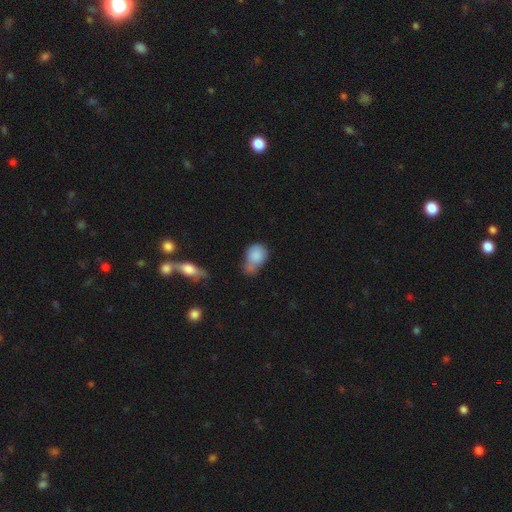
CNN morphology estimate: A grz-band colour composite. It shows a smooth galaxy with no disk features (81%) that is in between round and cigar-shaped (57%). Merging: merger (33%).